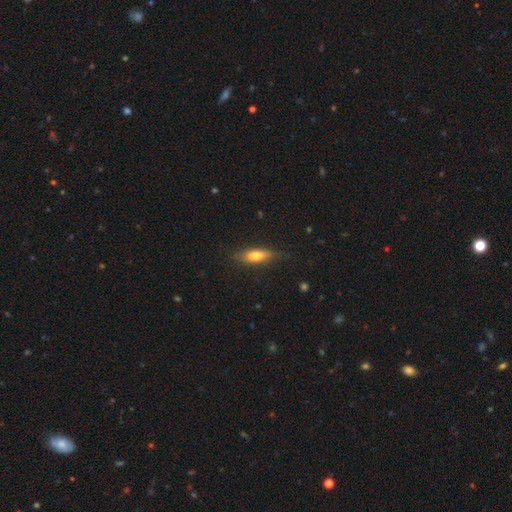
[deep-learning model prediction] The model was most divided on "how rounded": in between: 51%, cigar-shaped: 46%, round: 3%. More confident: merging — none (77%); smooth or featured — smooth (67%).